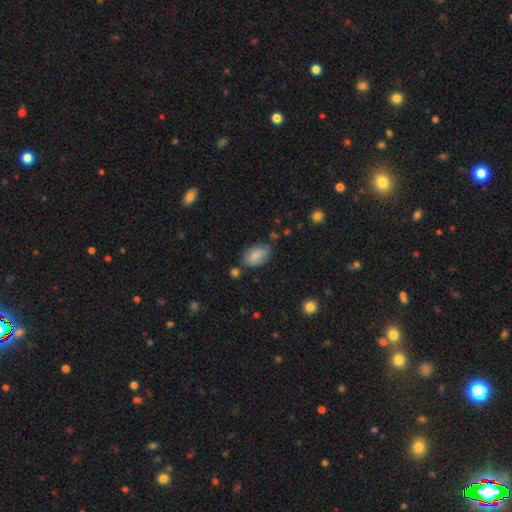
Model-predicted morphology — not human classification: The model was most divided on "merging": none: 62%, minor disturbance: 26%, merger: 6%, major disturbance: 6%. More confident: how rounded — in between (90%); smooth or featured — smooth (83%).